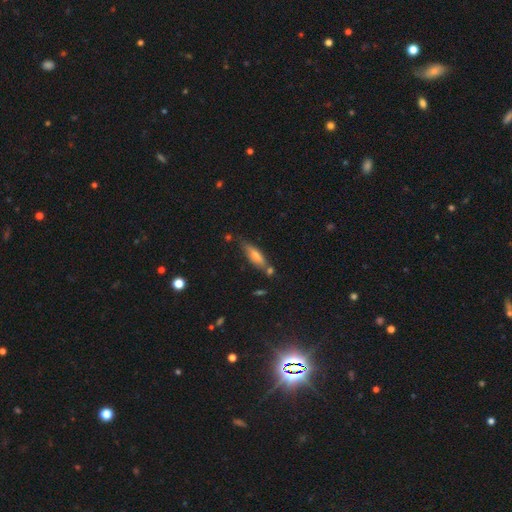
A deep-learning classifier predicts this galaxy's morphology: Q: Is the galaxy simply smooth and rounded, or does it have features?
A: smooth — 57%.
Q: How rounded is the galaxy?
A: cigar-shaped — 62%.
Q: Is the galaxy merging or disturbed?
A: none — 68%.